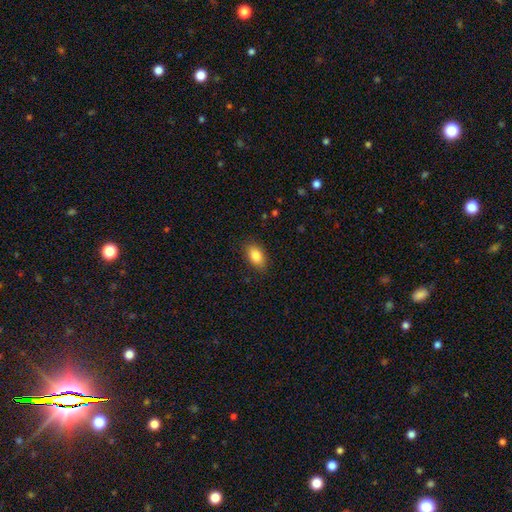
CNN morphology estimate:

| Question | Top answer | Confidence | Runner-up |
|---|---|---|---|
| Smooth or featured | smooth | 85% | star or artifact (8%) |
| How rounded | in between | 89% | round (9%) |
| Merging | none | 85% | minor disturbance (11%) |